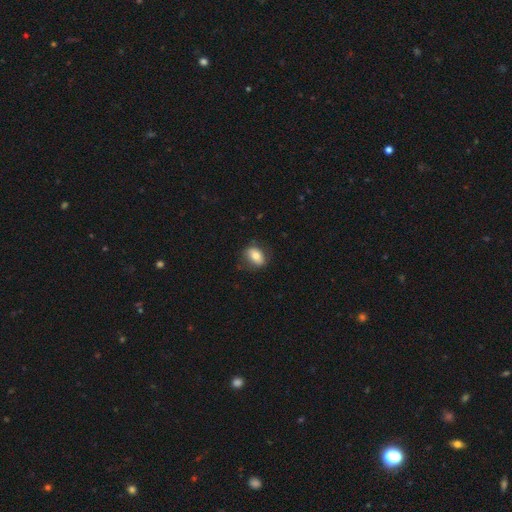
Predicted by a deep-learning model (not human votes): A smooth galaxy with no disk features (74%) that is in between round and cigar-shaped (78%).

Vote fractions:
- Smooth or featured? smooth: 74% / featured or disk: 18% / star or artifact: 8%
- How rounded? in between: 78% / round: 19% / cigar-shaped: 2%
- Merging? none: 77% / minor disturbance: 17% / major disturbance: 5% / merger: 1%